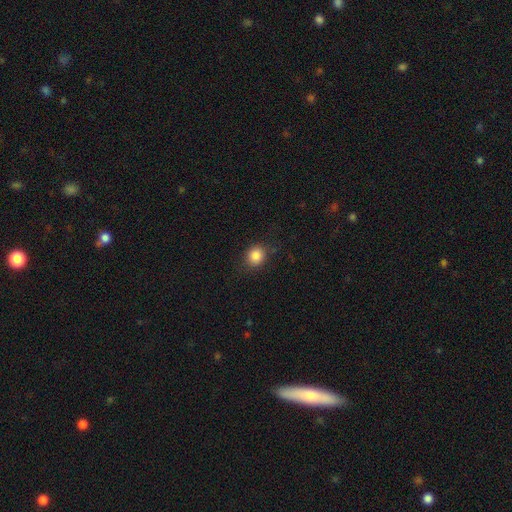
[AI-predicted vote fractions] smooth 86%, star or artifact 10%, featured or disk 5%. Down the decision tree: how rounded — round (75%); merging — none (82%).